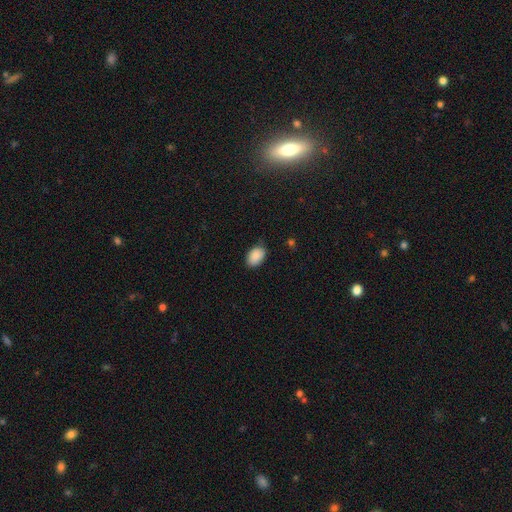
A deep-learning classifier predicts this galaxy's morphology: This is clearly a smooth galaxy (89%). How rounded: clearly in between (87%). Merging: clearly none (81%).